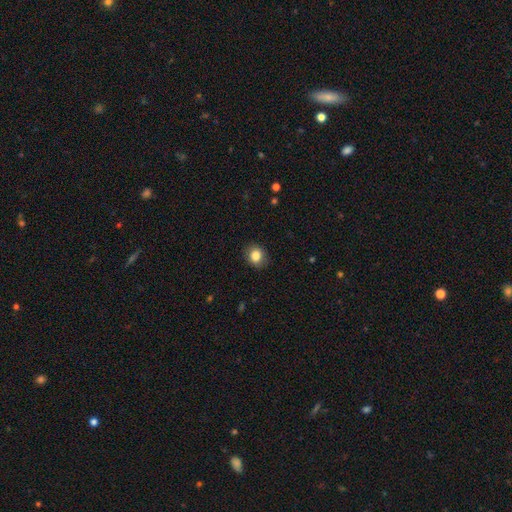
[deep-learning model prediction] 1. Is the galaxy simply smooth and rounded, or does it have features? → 84% smooth, 9% star or artifact, 6% featured or disk.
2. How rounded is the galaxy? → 66% round, 33% in between, 1% cigar-shaped.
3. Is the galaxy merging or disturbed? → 87% none, 10% minor disturbance, 2% major disturbance, 1% merger.